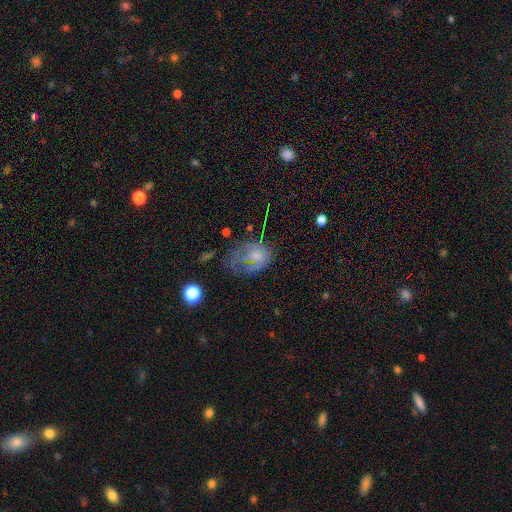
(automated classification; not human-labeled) Overall: smooth (52%; featured or disk 35%). How rounded: in between (62%; round 37%). Merging: major disturbance (40%; none 29%).